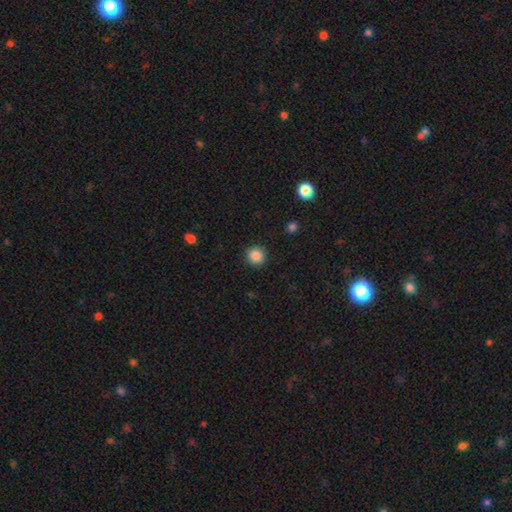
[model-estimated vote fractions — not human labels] A smooth galaxy with no disk features (86%) that is round (94%). Merging: none (92%).